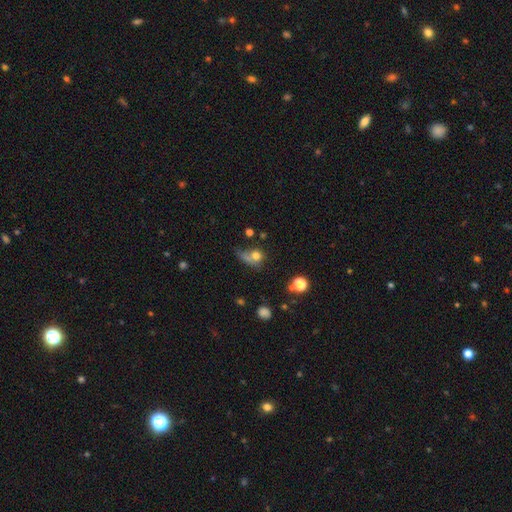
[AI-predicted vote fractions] Q: Smooth or featured?
A: smooth (69%); runner-up: featured or disk (16%)
Q: How rounded?
A: round (68%); runner-up: in between (29%)
Q: Merging?
A: none (31%); runner-up: major disturbance (30%)